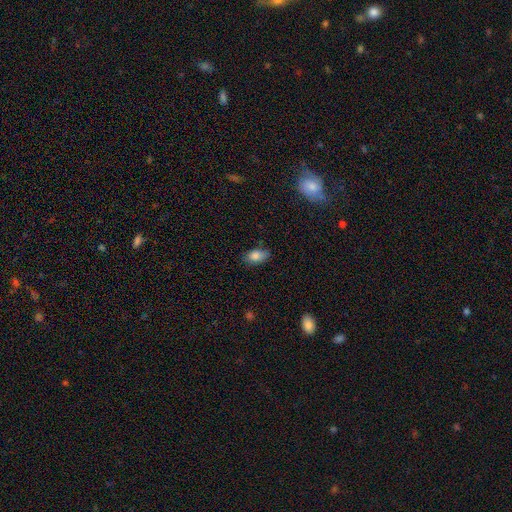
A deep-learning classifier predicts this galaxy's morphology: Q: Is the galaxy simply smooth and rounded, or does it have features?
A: smooth — 83%.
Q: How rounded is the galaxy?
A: in between — 90%.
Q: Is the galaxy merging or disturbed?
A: none — 72%.